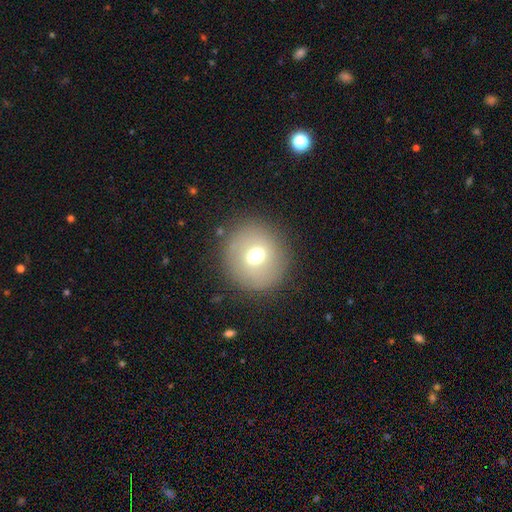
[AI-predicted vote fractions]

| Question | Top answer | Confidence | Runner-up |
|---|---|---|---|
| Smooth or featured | smooth | 62% | featured or disk (26%) |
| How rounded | round | 88% | in between (11%) |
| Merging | none | 85% | minor disturbance (9%) |